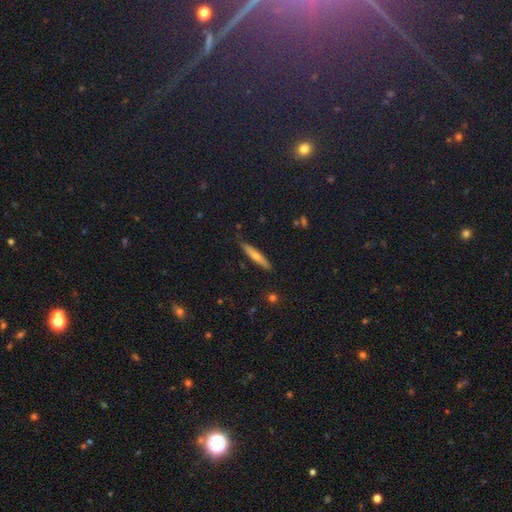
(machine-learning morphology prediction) Smooth or featured? smooth (57%)
How rounded? cigar-shaped (90%)
Merging? none (84%)